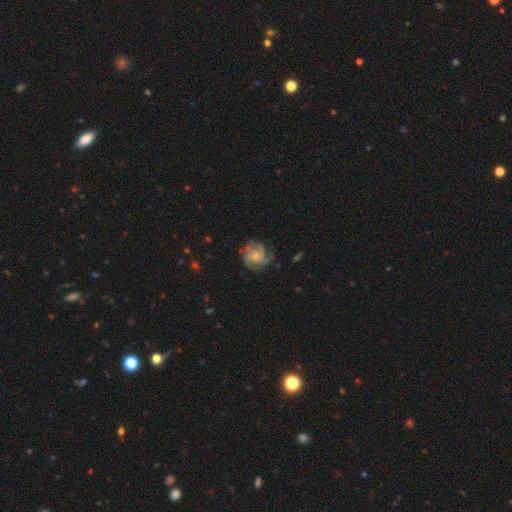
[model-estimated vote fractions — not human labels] A featured or disk galaxy (84%) with no bar (75%), 3 (40%) tight (56%) spiral arms (97%) and a small central bulge (65%).

Vote fractions:
- Smooth or featured? featured or disk: 84% / smooth: 10% / star or artifact: 6%
- Edge-on disk? no: 98% / yes: 2%
- Bar? no: 75% / weak: 21% / strong: 4%
- Spiral arms? yes: 97% / no: 3%
- Spiral winding? tight: 56% / medium: 36% / loose: 8%
- Spiral arm count? 3: 40% / 4: 17% / can't tell: 16% / 2: 15% / more than 4: 6% / 1: 6%
- Bulge size? small: 65% / moderate: 28% / none: 4% / large: 2% / dominant: 1%
- Merging? none: 71% / minor disturbance: 18% / major disturbance: 9% / merger: 1%